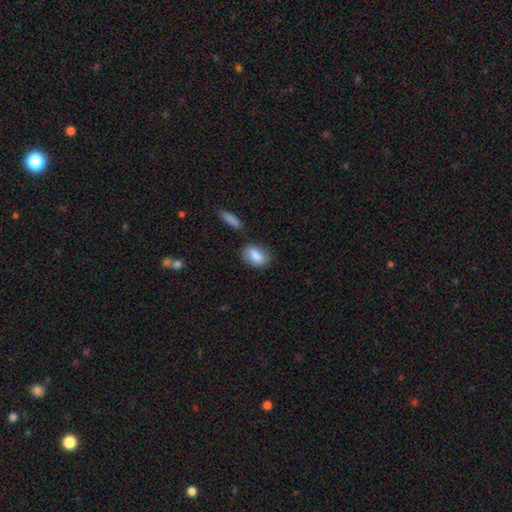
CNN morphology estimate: This appears to be a smooth galaxy with no disk features (85%) that is in between round and cigar-shaped (87%). Merging: none (72%).